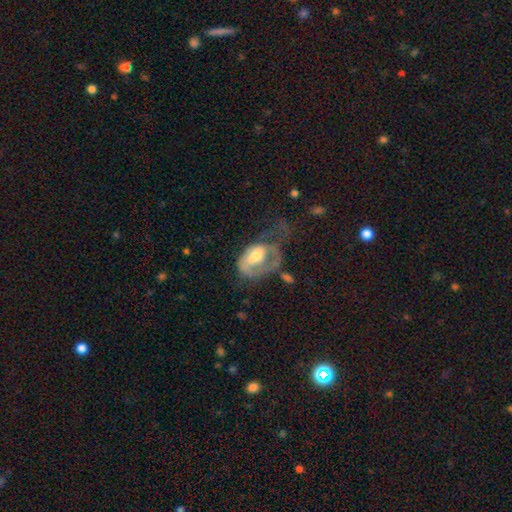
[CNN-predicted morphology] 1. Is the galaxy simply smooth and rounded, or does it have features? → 56% featured or disk, 37% smooth, 7% star or artifact.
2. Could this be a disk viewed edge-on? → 96% no, 4% yes.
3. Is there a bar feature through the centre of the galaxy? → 61% no, 31% weak, 8% strong.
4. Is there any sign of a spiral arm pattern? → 55% yes, 45% no.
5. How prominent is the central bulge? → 51% moderate, 23% large, 18% small, 5% none, 3% dominant.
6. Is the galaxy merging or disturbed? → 56% major disturbance, 20% minor disturbance, 19% none, 5% merger.